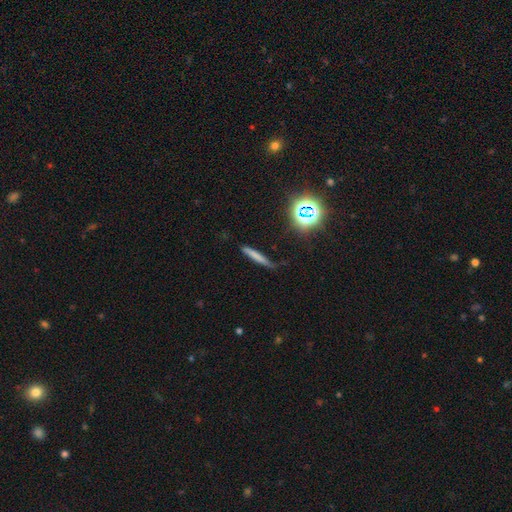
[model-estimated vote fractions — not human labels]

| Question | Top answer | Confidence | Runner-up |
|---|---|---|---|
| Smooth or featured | smooth | 66% | featured or disk (20%) |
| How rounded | cigar-shaped | 92% | in between (6%) |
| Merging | none | 68% | minor disturbance (23%) |